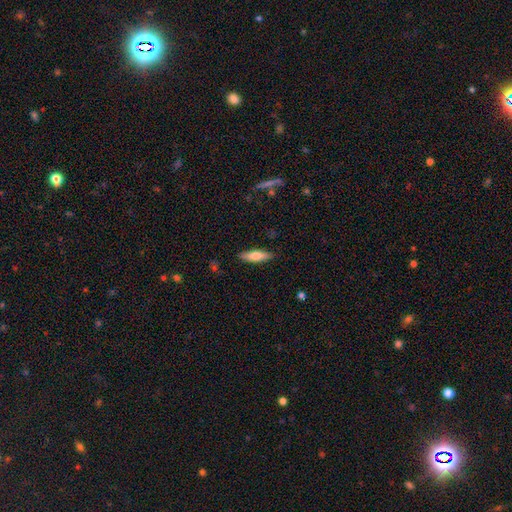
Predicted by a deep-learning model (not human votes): Smooth or featured?
  - smooth: 71% *
  - featured or disk: 23%
  - star or artifact: 6%
How rounded?
  - cigar-shaped: 63% *
  - in between: 35%
  - round: 2%
Merging?
  - none: 87% *
  - minor disturbance: 10%
  - major disturbance: 2%
  - merger: 1%